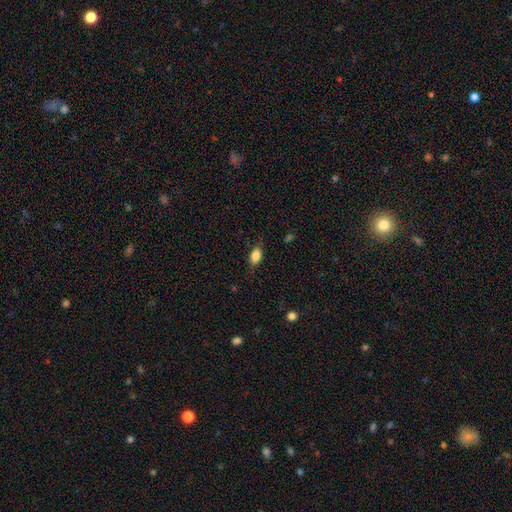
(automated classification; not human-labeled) A smooth galaxy with no disk features (85%) that is in between round and cigar-shaped (87%). Merging: none (78%).